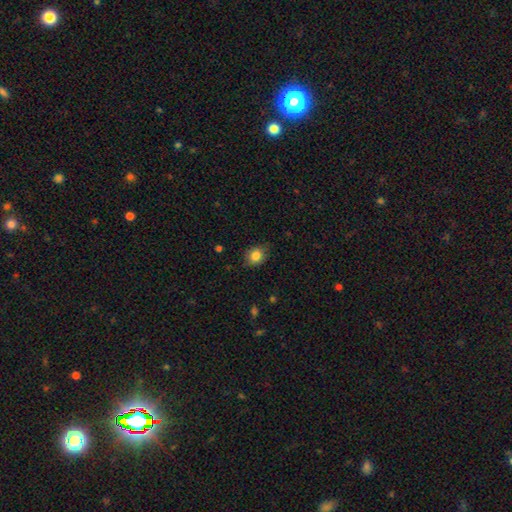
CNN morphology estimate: type=smooth (84%); roundness=round (56%); merging=none (80%).